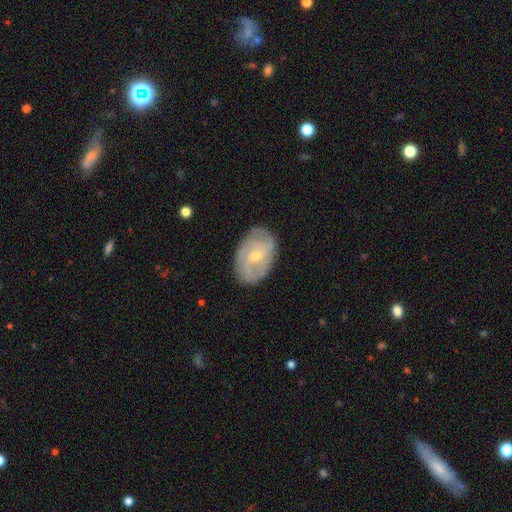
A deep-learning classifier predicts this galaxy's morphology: This appears to be a featured or disk galaxy (74%) with no bar (46%), tight (45%) spiral arms (88%) and a small central bulge (60%). Merging: none (76%).